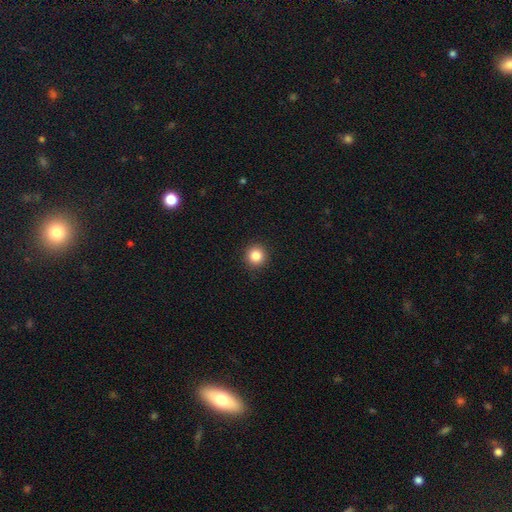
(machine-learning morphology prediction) This appears to be a smooth galaxy with no disk features (84%) that is round (95%). Merging: none (93%).